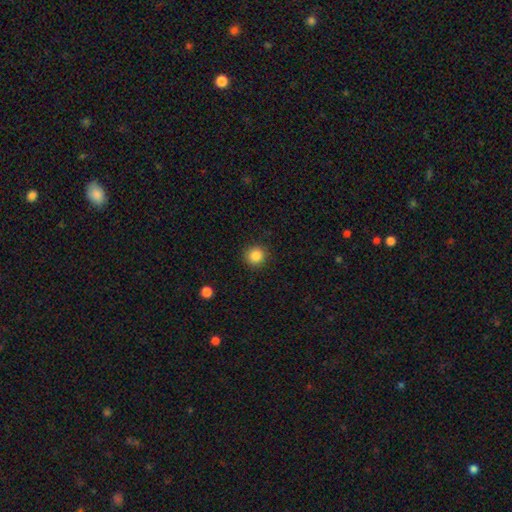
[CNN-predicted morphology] A smooth galaxy with no disk features (86%) that is round (93%). Merging: none (90%).